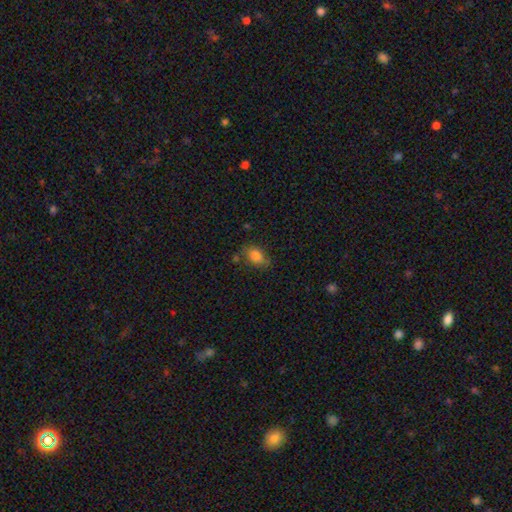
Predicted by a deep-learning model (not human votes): smooth_or_featured: smooth (p=0.81) [alt: star or artifact p=0.10]
how_rounded: in between (p=0.82) [alt: round p=0.16]
merging: none (p=0.65) [alt: minor disturbance p=0.22]